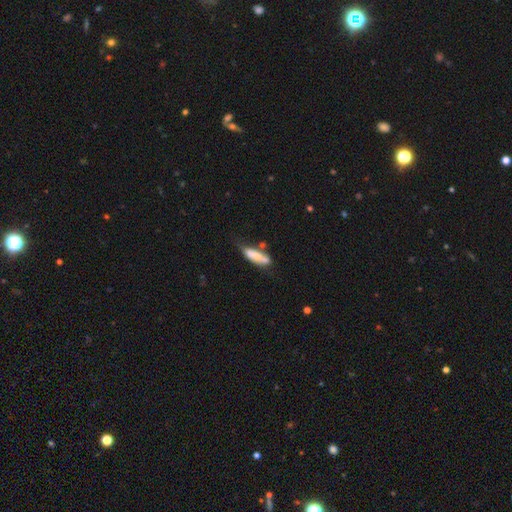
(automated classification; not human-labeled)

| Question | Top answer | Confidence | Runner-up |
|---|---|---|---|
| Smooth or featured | smooth | 62% | featured or disk (31%) |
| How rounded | cigar-shaped | 51% | in between (47%) |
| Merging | none | 34% | merger (27%) |